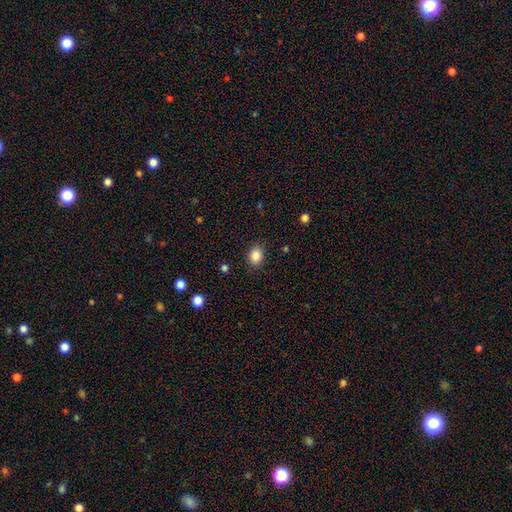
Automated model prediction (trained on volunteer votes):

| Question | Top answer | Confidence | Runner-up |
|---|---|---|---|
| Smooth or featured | smooth | 86% | star or artifact (9%) |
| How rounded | in between | 58% | round (41%) |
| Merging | none | 86% | minor disturbance (10%) |